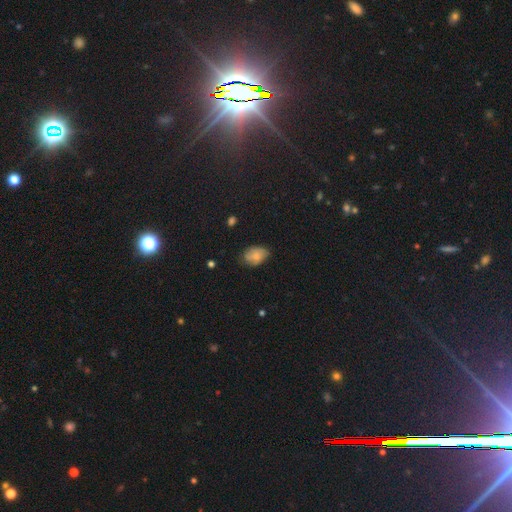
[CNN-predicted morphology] type=smooth (63%); roundness=in between (82%); merging=none (60%).